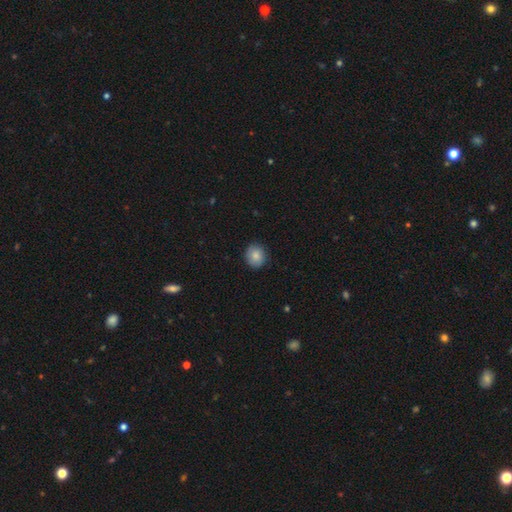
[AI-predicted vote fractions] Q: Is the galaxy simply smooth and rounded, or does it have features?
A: smooth — 85%.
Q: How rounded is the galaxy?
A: round — 81%.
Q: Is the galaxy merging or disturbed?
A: none — 89%.